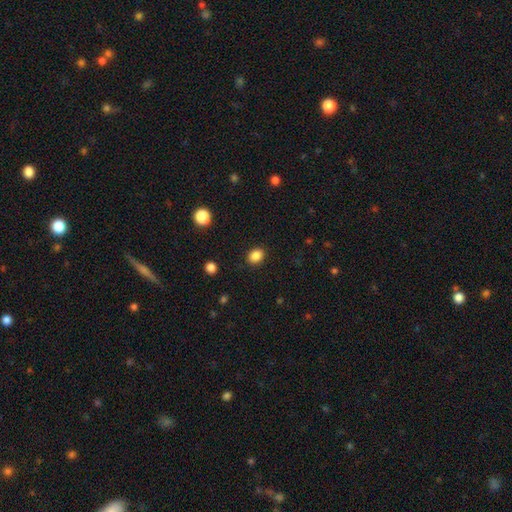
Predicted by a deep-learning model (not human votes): The model was most divided on "how rounded": round: 51%, in between: 48%, cigar-shaped: 1%. More confident: merging — none (89%); smooth or featured — smooth (86%).